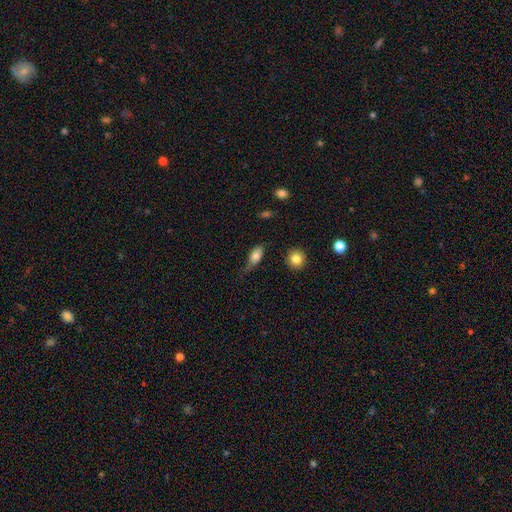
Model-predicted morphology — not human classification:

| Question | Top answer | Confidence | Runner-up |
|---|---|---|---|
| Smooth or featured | smooth | 78% | featured or disk (14%) |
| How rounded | in between | 85% | cigar-shaped (8%) |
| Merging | none | 46% | minor disturbance (34%) |